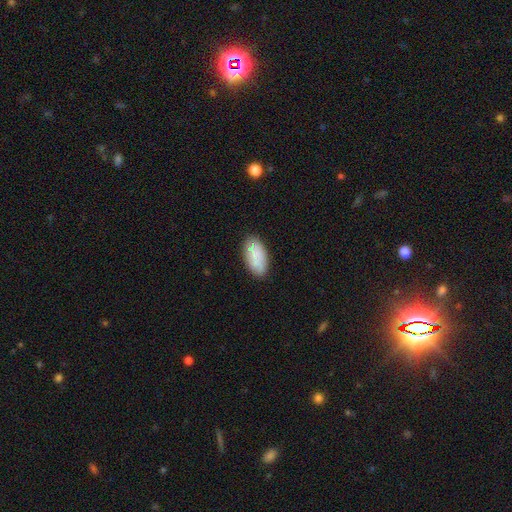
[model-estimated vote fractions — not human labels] This is likely a smooth galaxy (75%). How rounded: clearly in between (94%). Merging: likely none (78%).